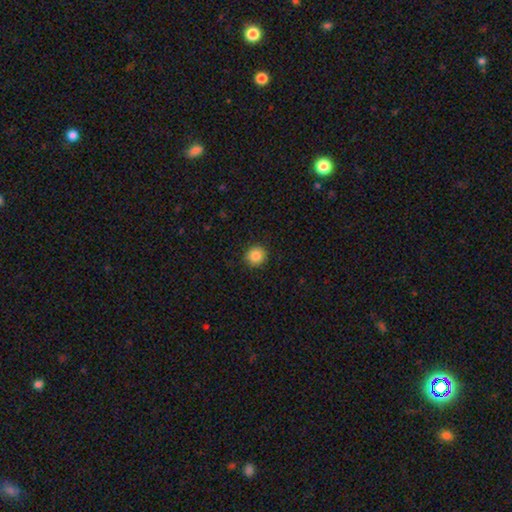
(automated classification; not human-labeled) Smooth or featured? smooth (87%)
How rounded? round (92%)
Merging? none (91%)